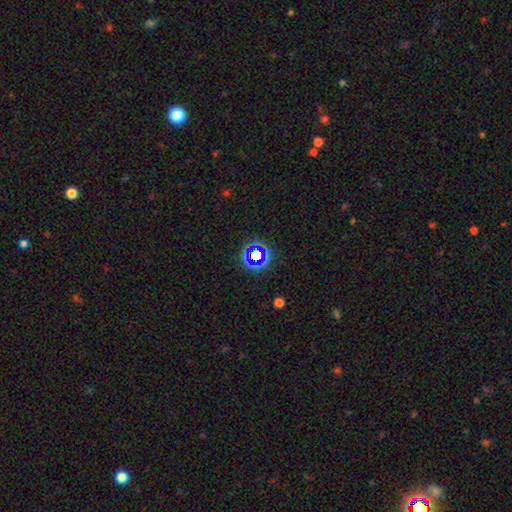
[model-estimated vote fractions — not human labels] Smooth or featured: star or artifact — 66% (smooth — 23%)